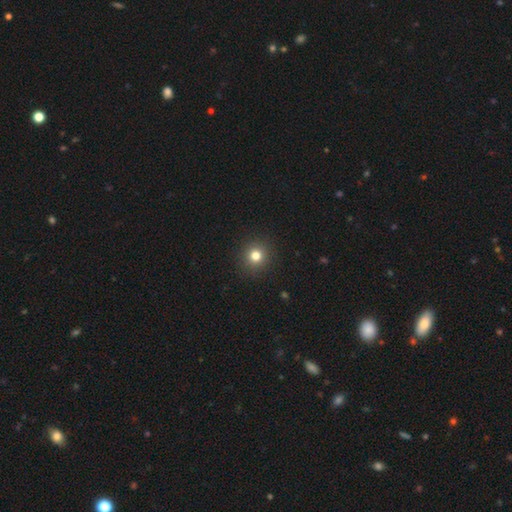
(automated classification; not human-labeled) Smooth or featured? Predicted: smooth (p=0.80). How rounded? Predicted: round (p=0.92). Merging? Predicted: none (p=0.92).